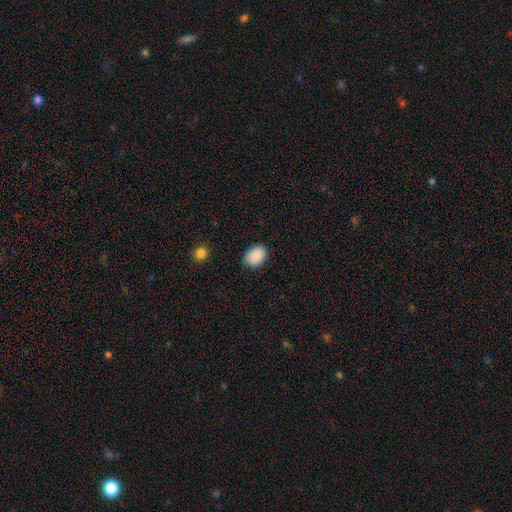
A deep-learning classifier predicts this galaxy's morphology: This is clearly a smooth galaxy (90%). How rounded: likely in between (71%). Merging: clearly none (86%).